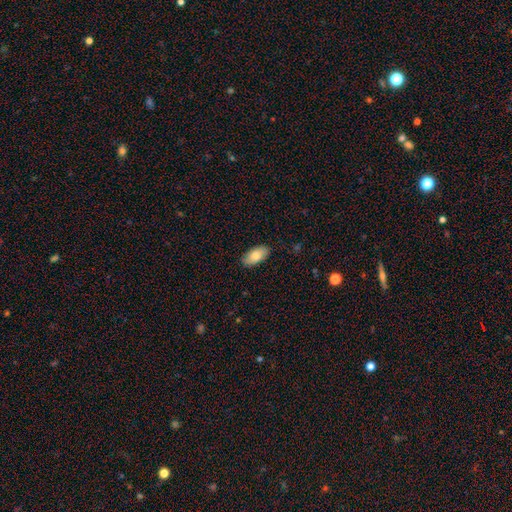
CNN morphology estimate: Smooth or featured: smooth — 81% (featured or disk — 13%)
How rounded: in between — 94% (cigar-shaped — 4%)
Merging: none — 87% (minor disturbance — 10%)